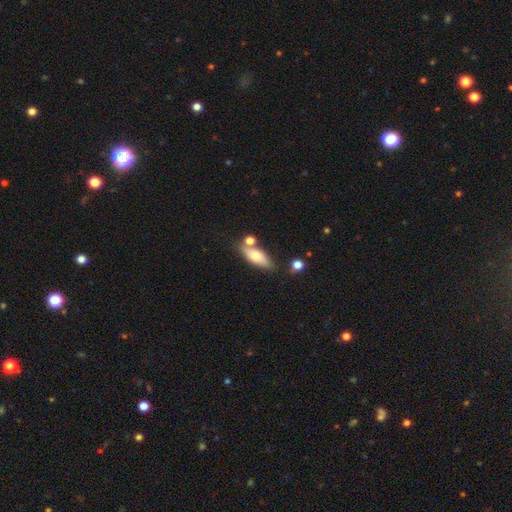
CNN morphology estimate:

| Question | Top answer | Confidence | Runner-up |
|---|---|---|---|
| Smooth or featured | smooth | 65% | featured or disk (28%) |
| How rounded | in between | 69% | cigar-shaped (27%) |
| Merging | none | 66% | merger (15%) |